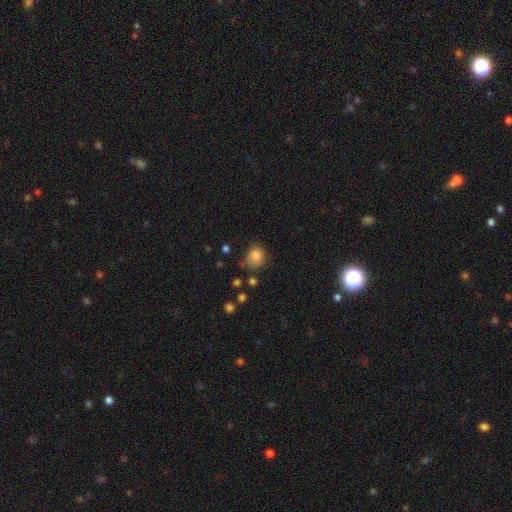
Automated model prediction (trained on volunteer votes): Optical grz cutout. It shows a smooth galaxy with no disk features (81%) that is round (60%). Merging: none (58%).